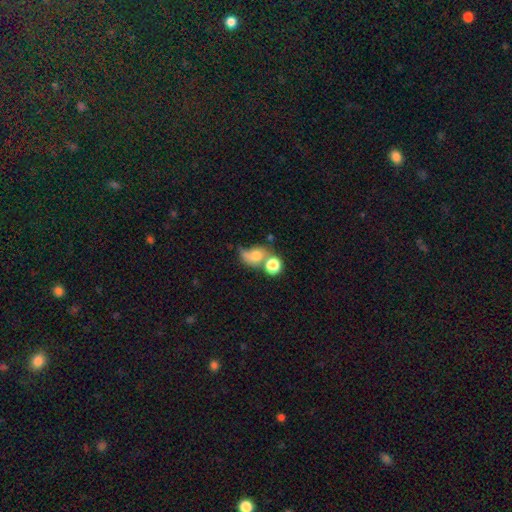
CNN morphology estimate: Smooth or featured?
  - smooth: 63% *
  - featured or disk: 23%
  - star or artifact: 14%
How rounded?
  - round: 60% *
  - in between: 38%
  - cigar-shaped: 2%
Merging?
  - merger: 39% *
  - none: 26%
  - major disturbance: 20%
  - minor disturbance: 15%